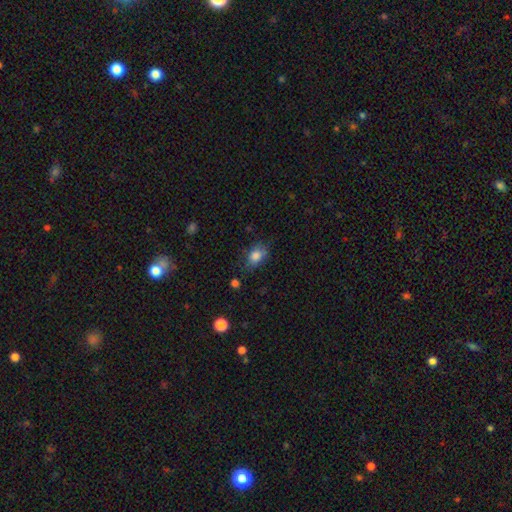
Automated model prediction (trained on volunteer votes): Q: Smooth or featured?
A: smooth (82%); runner-up: star or artifact (10%)
Q: How rounded?
A: in between (75%); runner-up: round (23%)
Q: Merging?
A: none (65%); runner-up: minor disturbance (25%)